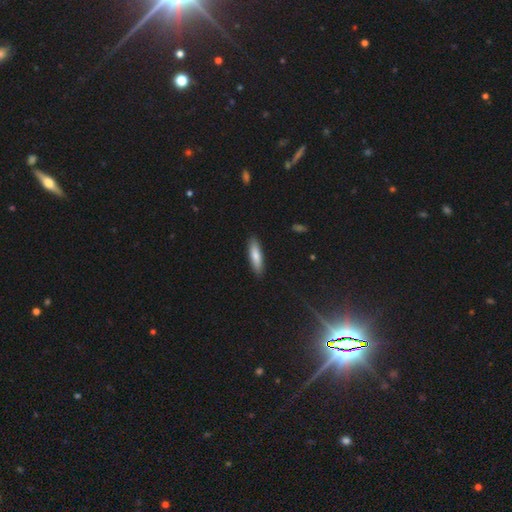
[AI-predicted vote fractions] smooth_or_featured: smooth (p=0.76) [alt: featured or disk p=0.19]
how_rounded: cigar-shaped (p=0.69) [alt: in between p=0.29]
merging: none (p=0.89) [alt: minor disturbance p=0.08]